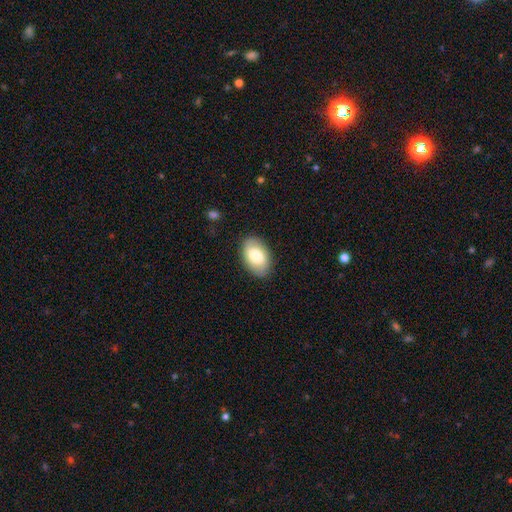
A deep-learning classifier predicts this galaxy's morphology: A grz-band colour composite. It shows a smooth galaxy with no disk features (78%) that is in between round and cigar-shaped (92%). Merging: none (87%).